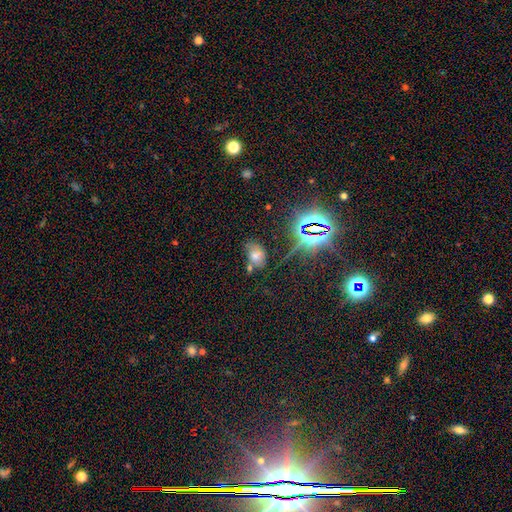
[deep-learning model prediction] The model was most divided on "smooth or featured": smooth: 44%, star or artifact: 38%, featured or disk: 19%. Remaining: merging — none (49%).